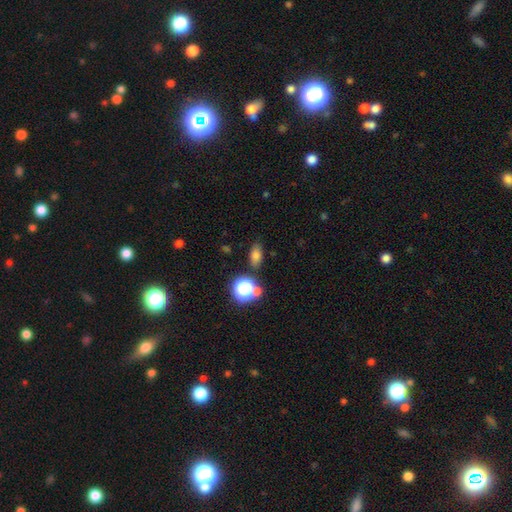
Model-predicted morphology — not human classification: smooth_or_featured: smooth (p=0.73) [alt: star or artifact p=0.18]
how_rounded: in between (p=0.79) [alt: round p=0.17]
merging: none (p=0.77) [alt: minor disturbance p=0.12]